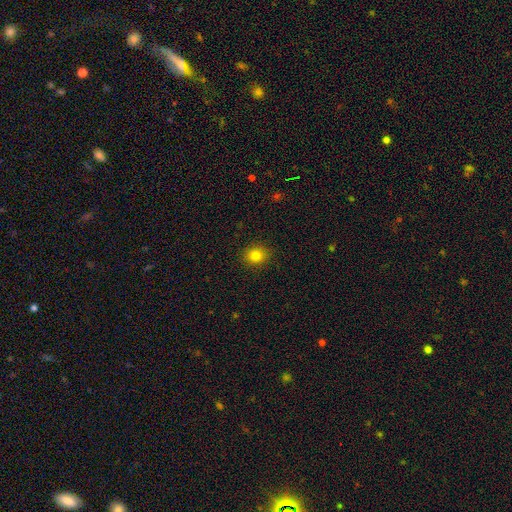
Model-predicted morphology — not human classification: This is clearly a smooth galaxy (81%). How rounded: likely round (72%). Merging: clearly none (90%).